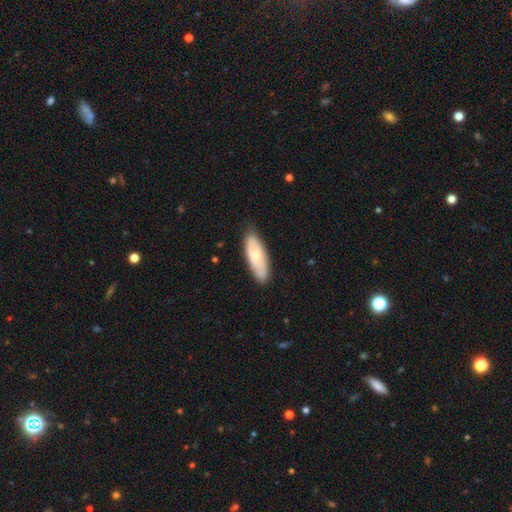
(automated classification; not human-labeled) Morphology: type=smooth (62%); roundness=in between (64%); merging=none (79%).